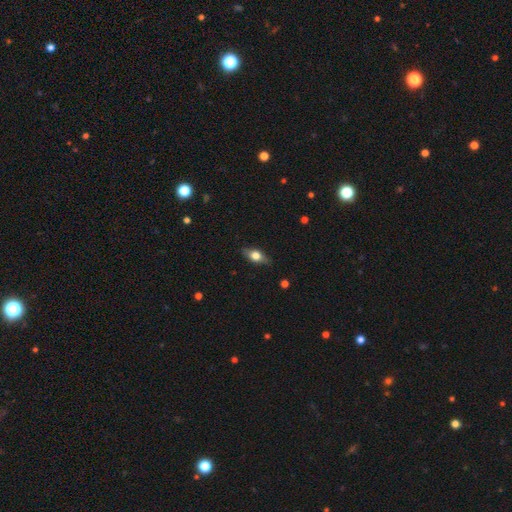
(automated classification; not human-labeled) Smooth or featured: smooth — 56% (featured or disk — 37%)
How rounded: in between — 73% (cigar-shaped — 18%)
Merging: none — 82% (minor disturbance — 14%)